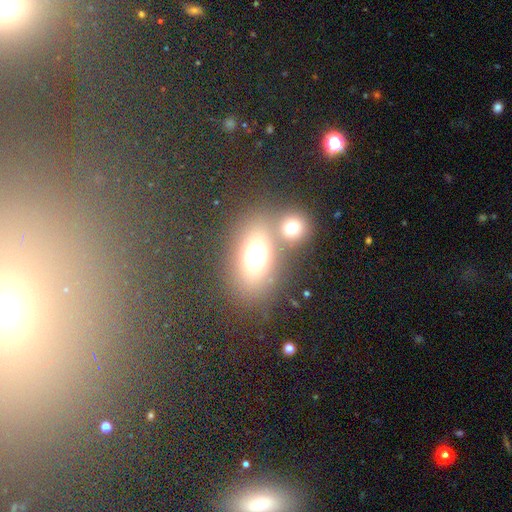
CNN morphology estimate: A smooth galaxy with no disk features (66%) that is in between round and cigar-shaped (73%). Merging: none (47%).